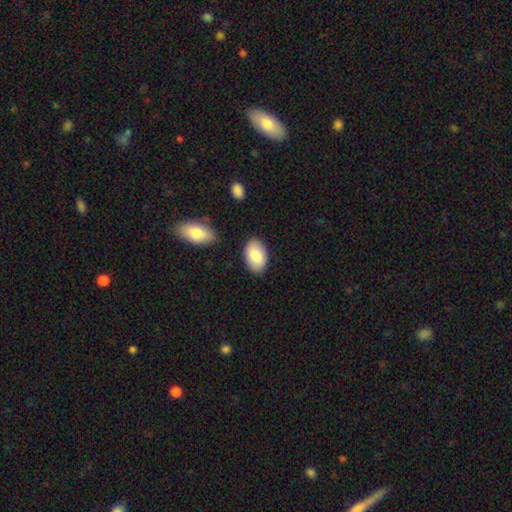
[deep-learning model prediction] Smooth or featured: smooth — 84% (featured or disk — 10%)
How rounded: in between — 93% (round — 6%)
Merging: none — 84% (minor disturbance — 11%)